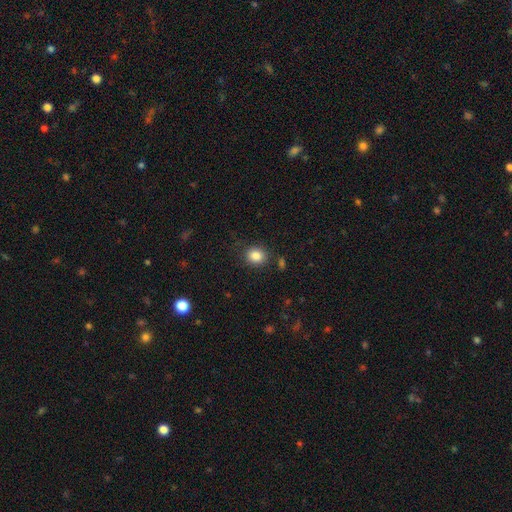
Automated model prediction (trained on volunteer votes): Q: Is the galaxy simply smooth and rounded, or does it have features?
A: smooth — 85%.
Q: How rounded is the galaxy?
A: round — 73%.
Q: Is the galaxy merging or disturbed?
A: none — 84%.